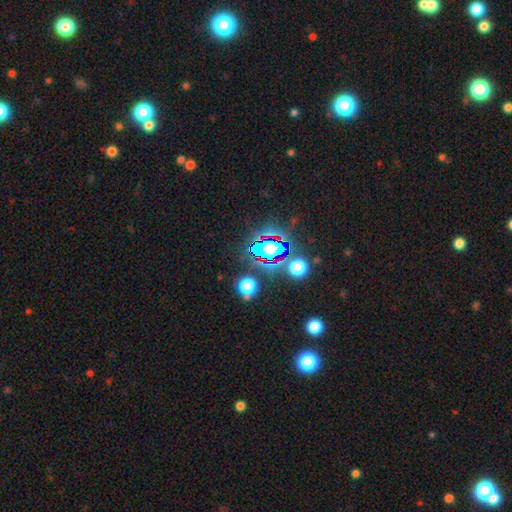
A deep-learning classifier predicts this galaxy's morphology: This is likely a star or artifact rather than a galaxy (80%).